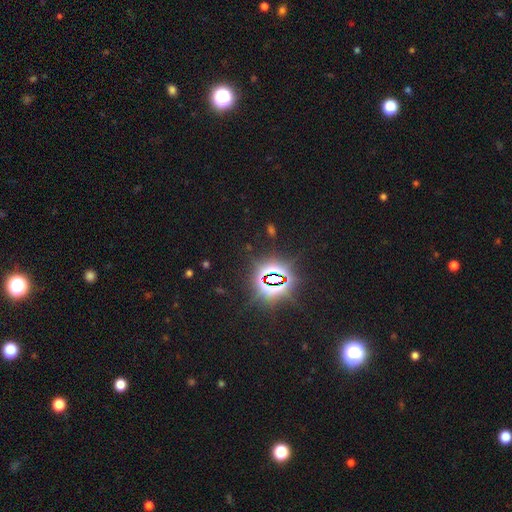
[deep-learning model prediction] smooth-or-featured: star or artifact: 81% | smooth: 12% | featured or disk: 7%